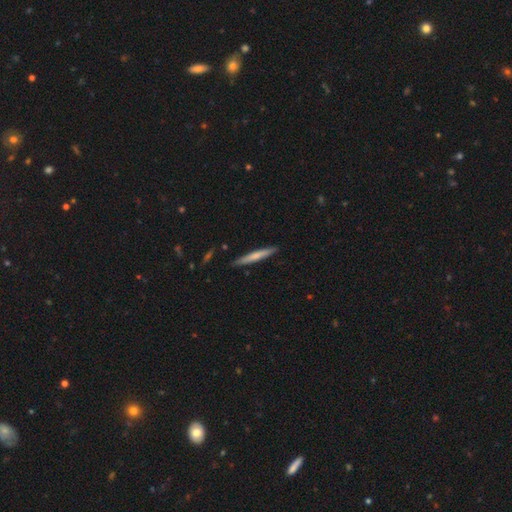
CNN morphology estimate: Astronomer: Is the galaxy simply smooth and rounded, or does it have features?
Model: smooth — 63%.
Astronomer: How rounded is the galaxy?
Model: cigar-shaped — 95%.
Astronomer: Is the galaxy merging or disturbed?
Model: none — 89%.